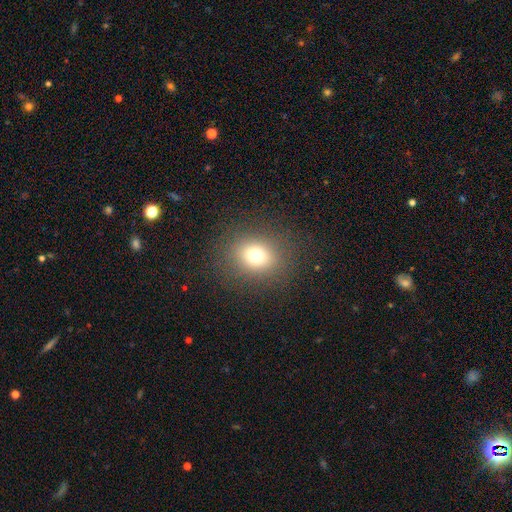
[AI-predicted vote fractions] A smooth galaxy with no disk features (72%) that is round (64%).

Vote fractions:
- Smooth or featured? smooth: 72% / star or artifact: 17% / featured or disk: 11%
- How rounded? round: 64% / in between: 35% / cigar-shaped: 1%
- Merging? none: 86% / minor disturbance: 8% / major disturbance: 5% / merger: 1%